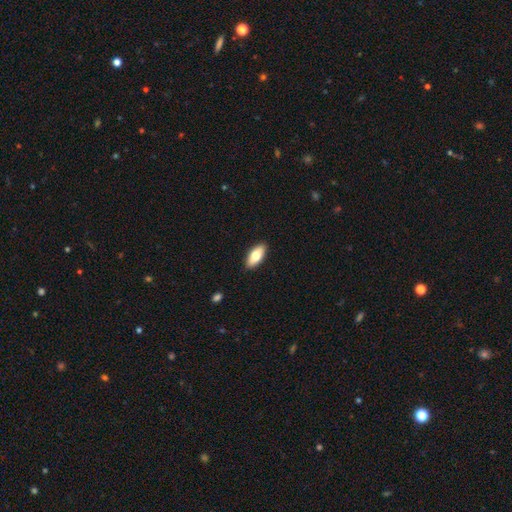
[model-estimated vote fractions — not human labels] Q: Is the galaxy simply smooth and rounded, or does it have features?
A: smooth — 75%.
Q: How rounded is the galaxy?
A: in between — 86%.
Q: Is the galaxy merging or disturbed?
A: none — 90%.